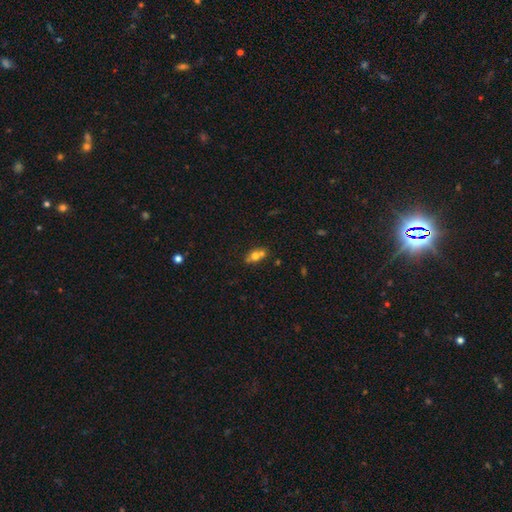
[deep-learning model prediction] Morphology: type=smooth (63%); roundness=in between (62%); merging=none (44%).